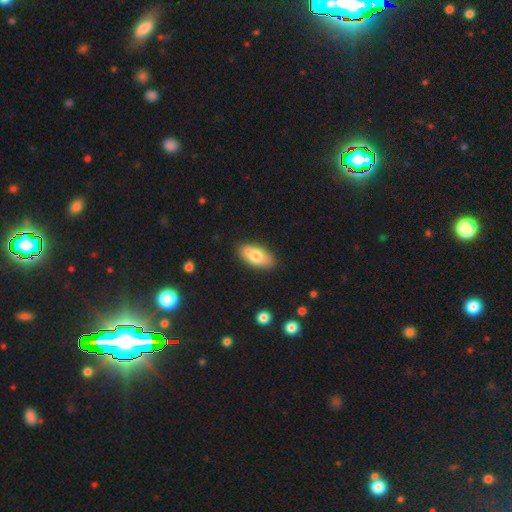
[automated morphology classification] The model was most divided on "smooth or featured": smooth: 71%, featured or disk: 22%, star or artifact: 7%. More confident: how rounded — in between (92%); merging — none (79%).